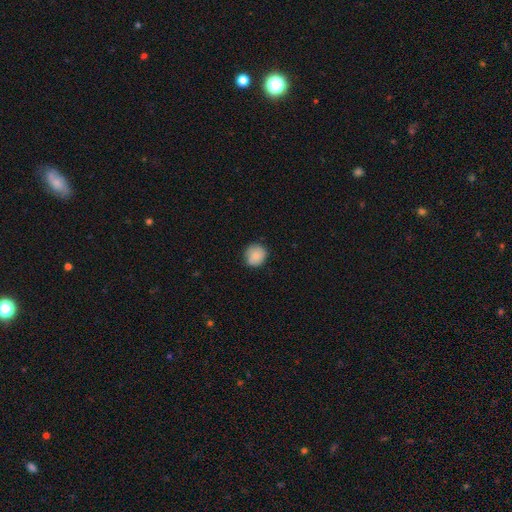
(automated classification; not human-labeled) smooth 79%, featured or disk 14%, star or artifact 8%. Down the decision tree: how rounded — round (86%); merging — none (76%).